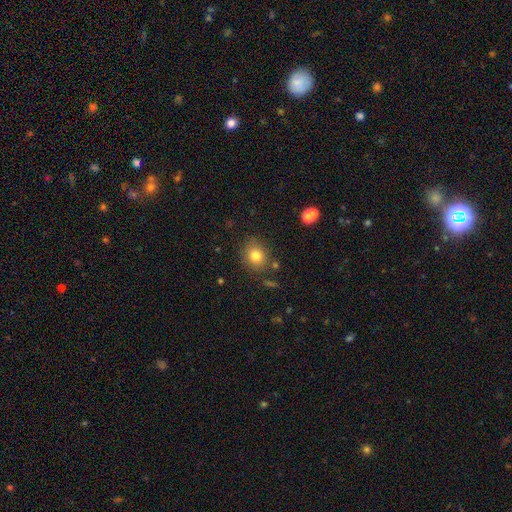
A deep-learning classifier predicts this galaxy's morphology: type=smooth (80%); roundness=round (73%); merging=none (80%).